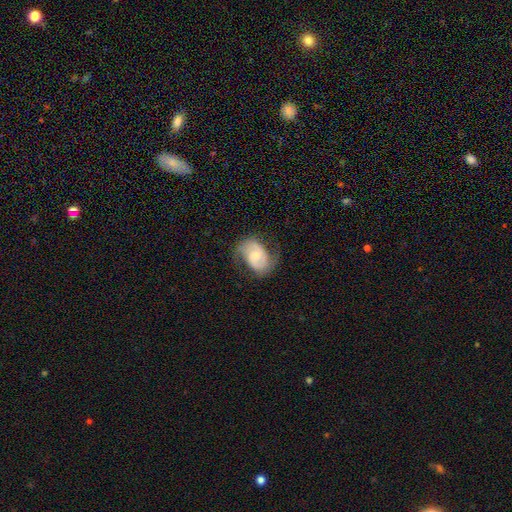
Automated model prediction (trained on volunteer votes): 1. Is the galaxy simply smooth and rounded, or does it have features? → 73% featured or disk, 21% smooth, 6% star or artifact.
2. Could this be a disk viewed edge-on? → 97% no, 3% yes.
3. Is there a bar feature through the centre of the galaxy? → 59% no, 34% weak, 7% strong.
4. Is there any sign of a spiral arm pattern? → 91% yes, 9% no.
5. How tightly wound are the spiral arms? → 47% medium, 28% tight, 25% loose.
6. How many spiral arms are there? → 85% 2, 8% can't tell, 3% 1, 2% 3, 1% 4, 1% more than 4.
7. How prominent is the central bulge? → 48% moderate, 45% small, 3% large, 3% none, 1% dominant.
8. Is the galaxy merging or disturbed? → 64% none, 23% minor disturbance, 11% major disturbance, 1% merger.